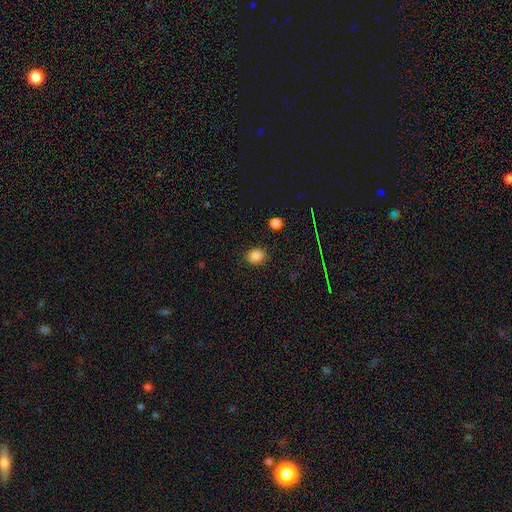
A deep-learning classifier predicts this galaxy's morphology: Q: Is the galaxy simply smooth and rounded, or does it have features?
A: smooth — 85%.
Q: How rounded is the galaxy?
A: round — 55%.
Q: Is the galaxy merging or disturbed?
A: none — 87%.